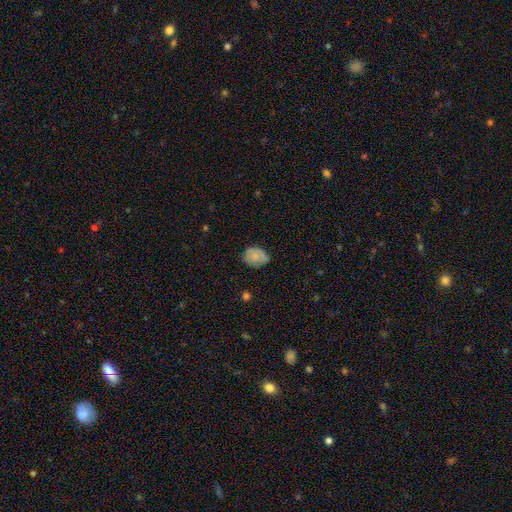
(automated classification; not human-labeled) A smooth galaxy with no disk features (67%) that is in between round and cigar-shaped (55%). Merging: none (63%).